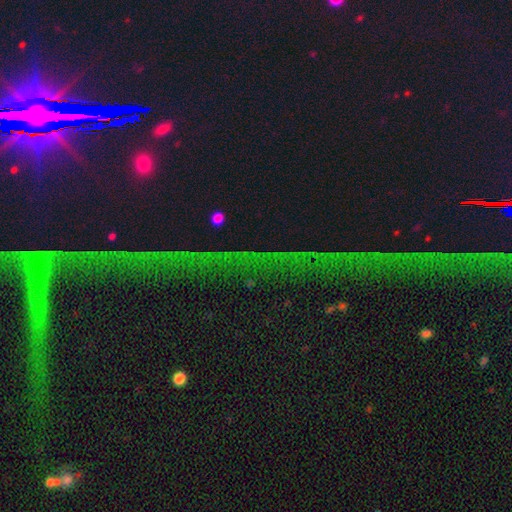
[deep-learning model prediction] This is likely a star or artifact rather than a galaxy (73%).